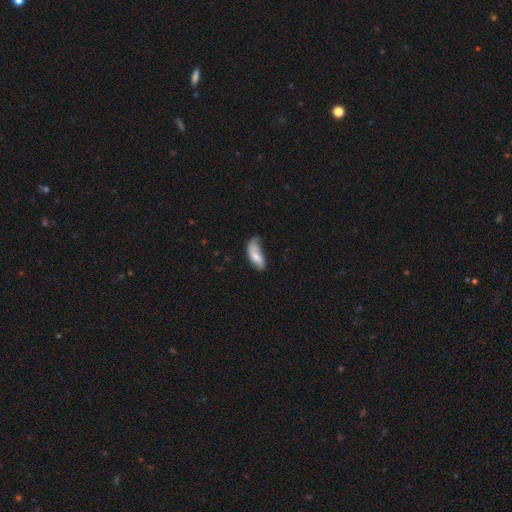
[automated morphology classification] Q: Smooth or featured?
A: smooth (65%); runner-up: featured or disk (27%)
Q: How rounded?
A: in between (82%); runner-up: cigar-shaped (16%)
Q: Merging?
A: minor disturbance (39%); runner-up: none (36%)